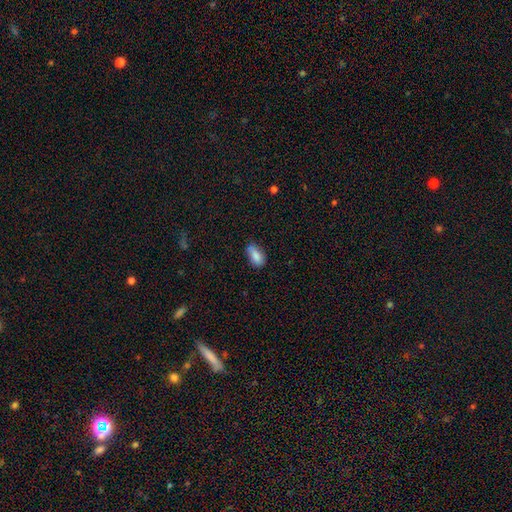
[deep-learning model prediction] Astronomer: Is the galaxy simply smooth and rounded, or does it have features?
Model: smooth — 85%.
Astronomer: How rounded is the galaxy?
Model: in between — 88%.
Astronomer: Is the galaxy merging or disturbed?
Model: none — 67%.